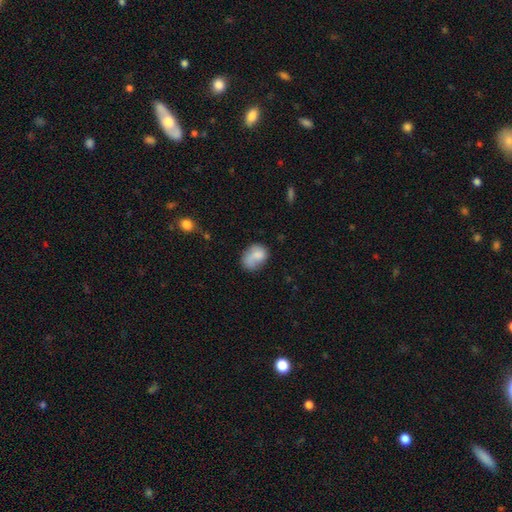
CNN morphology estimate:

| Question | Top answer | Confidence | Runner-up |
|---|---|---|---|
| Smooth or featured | smooth | 73% | featured or disk (19%) |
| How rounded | in between | 64% | round (34%) |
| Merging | none | 43% | minor disturbance (29%) |